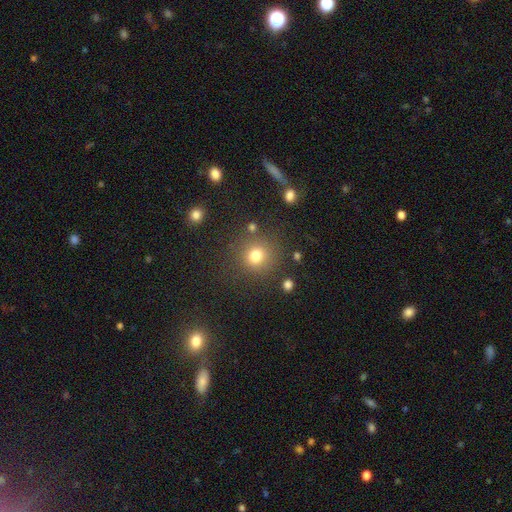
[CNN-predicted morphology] This is likely a smooth galaxy (78%). How rounded: clearly round (92%). Merging: clearly none (83%).